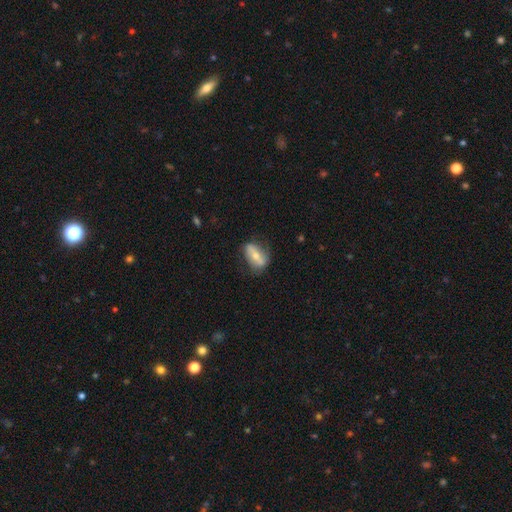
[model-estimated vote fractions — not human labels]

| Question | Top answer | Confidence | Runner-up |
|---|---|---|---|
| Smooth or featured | featured or disk | 48% | smooth (45%) |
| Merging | none | 69% | minor disturbance (22%) |